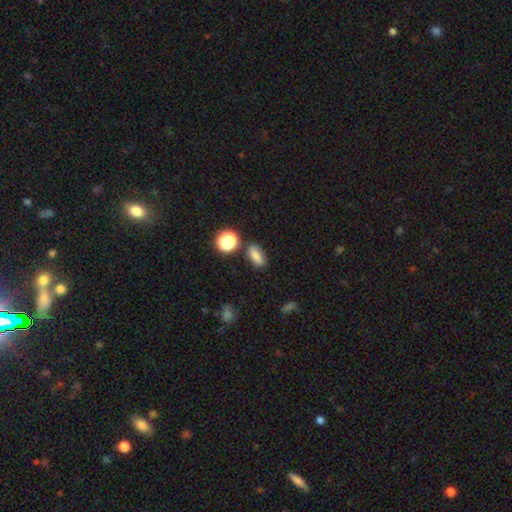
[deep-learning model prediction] Smooth or featured?
  - smooth: 76% *
  - star or artifact: 14%
  - featured or disk: 9%
How rounded?
  - in between: 77% *
  - round: 14%
  - cigar-shaped: 9%
Merging?
  - none: 78% *
  - minor disturbance: 13%
  - merger: 5%
  - major disturbance: 3%